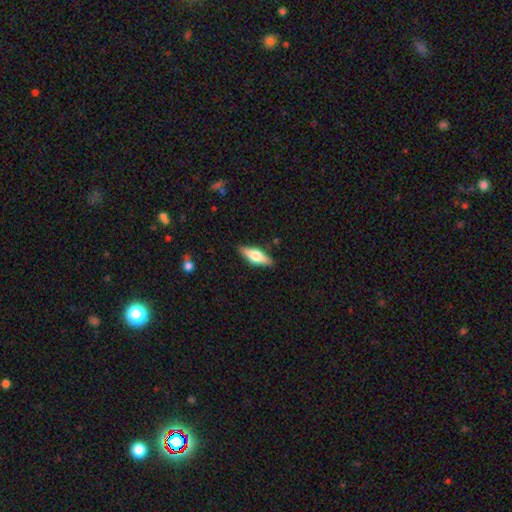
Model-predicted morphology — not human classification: A smooth galaxy with no disk features (51%) that is in between round and cigar-shaped (60%).

Vote fractions:
- Smooth or featured? smooth: 51% / featured or disk: 43% / star or artifact: 6%
- How rounded? in between: 60% / cigar-shaped: 38% / round: 3%
- Merging? none: 87% / minor disturbance: 10% / major disturbance: 2% / merger: 1%